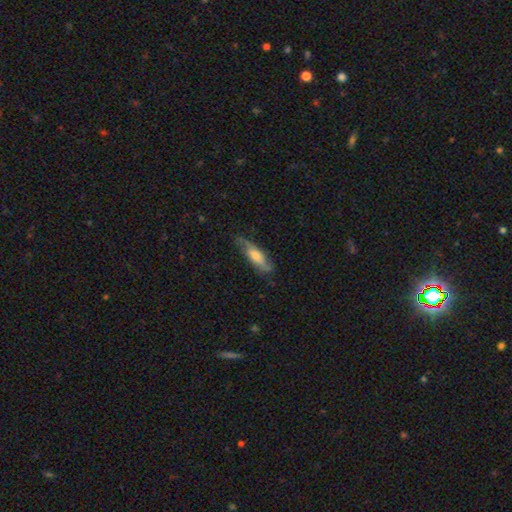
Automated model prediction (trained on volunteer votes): A smooth galaxy with no disk features (52%) that is cigar-shaped (54%). Merging: none (66%).